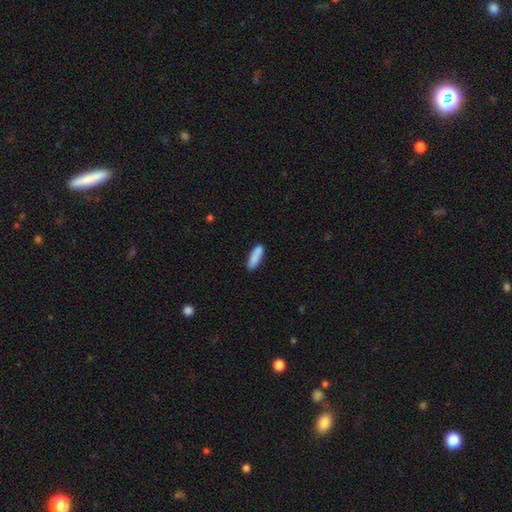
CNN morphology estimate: Q: Smooth or featured?
A: smooth (85%); runner-up: featured or disk (8%)
Q: How rounded?
A: cigar-shaped (53%); runner-up: in between (45%)
Q: Merging?
A: none (76%); runner-up: minor disturbance (15%)